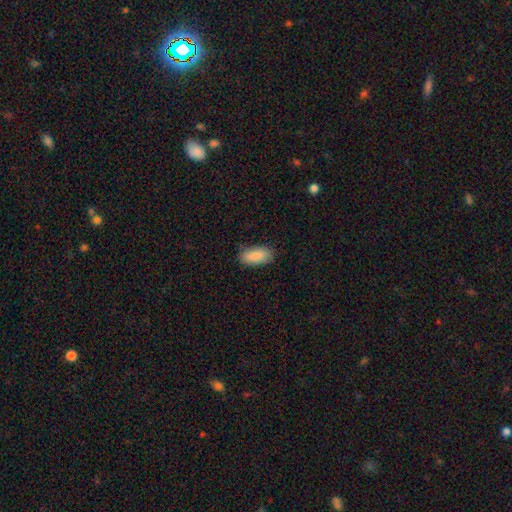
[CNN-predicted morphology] The model was most divided on "merging": none: 82%, minor disturbance: 14%, major disturbance: 3%, merger: 1%. More confident: how rounded — in between (89%); smooth or featured — smooth (87%).